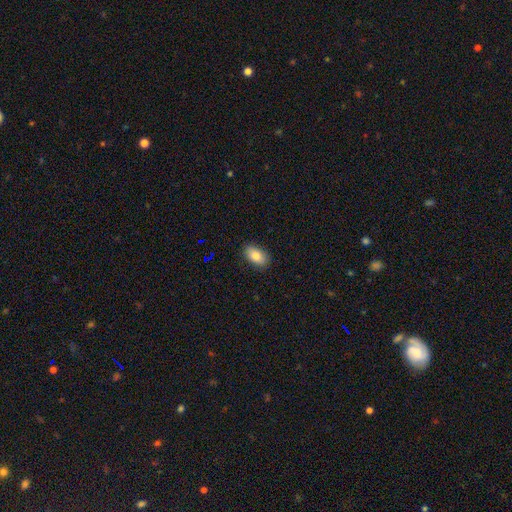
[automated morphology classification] This appears to be a smooth galaxy with no disk features (84%) that is in between round and cigar-shaped (93%). Merging: none (88%).